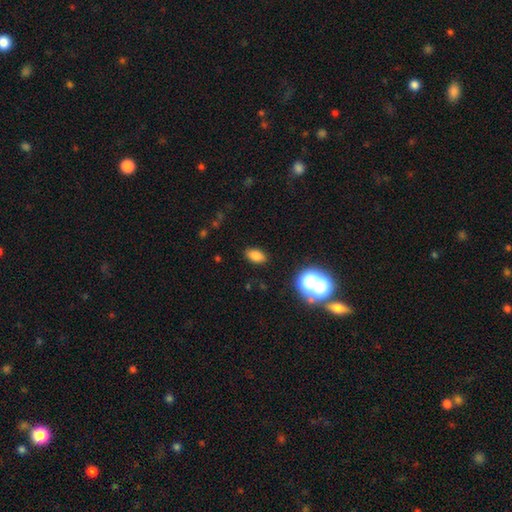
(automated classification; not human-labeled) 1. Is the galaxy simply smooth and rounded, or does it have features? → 78% smooth, 14% star or artifact, 7% featured or disk.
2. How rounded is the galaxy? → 88% in between, 9% round, 3% cigar-shaped.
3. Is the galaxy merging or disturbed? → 86% none, 10% minor disturbance, 3% major disturbance, 2% merger.